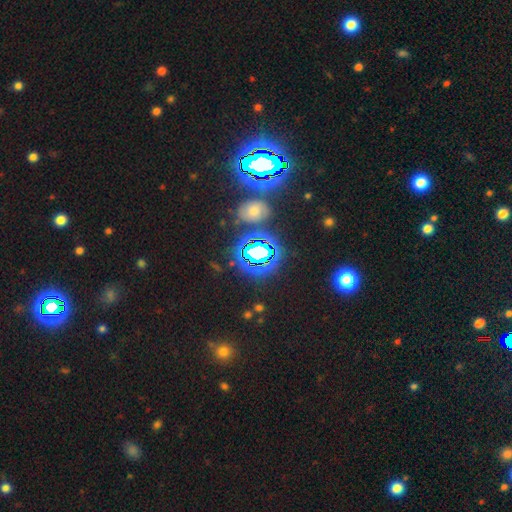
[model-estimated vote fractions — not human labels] Overall: star or artifact (74%).